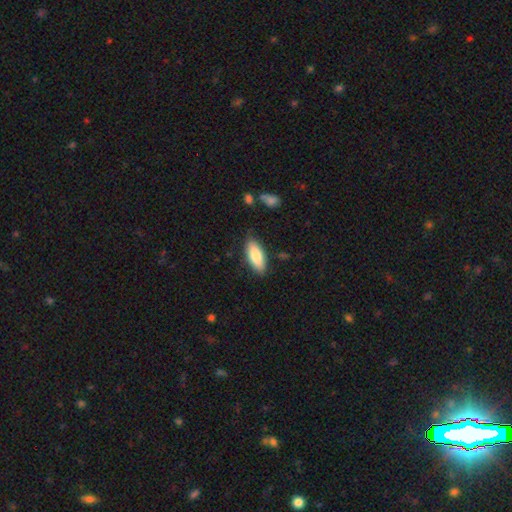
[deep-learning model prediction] smooth-or-featured: smooth: 82% | featured or disk: 12% | star or artifact: 6%
  how-rounded: in between: 76% | cigar-shaped: 22% | round: 2%
  merging: none: 83% | minor disturbance: 12% | major disturbance: 2% | merger: 2%